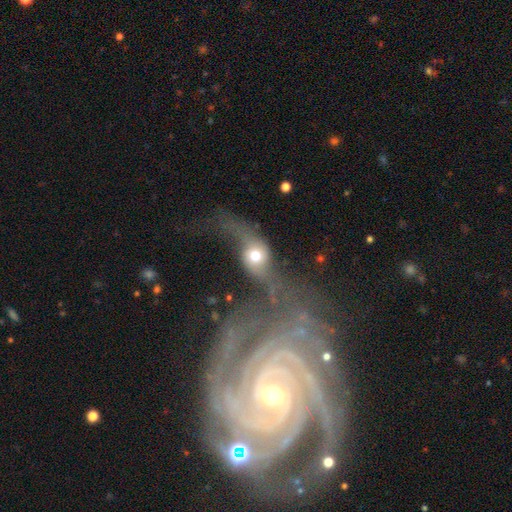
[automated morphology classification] A featured or disk galaxy (52%).

Vote fractions:
- Smooth or featured? featured or disk: 52% / smooth: 37% / star or artifact: 11%
- Edge-on disk? no: 82% / yes: 18%
- Merging? major disturbance: 29% / merger: 28% / none: 28% / minor disturbance: 14%